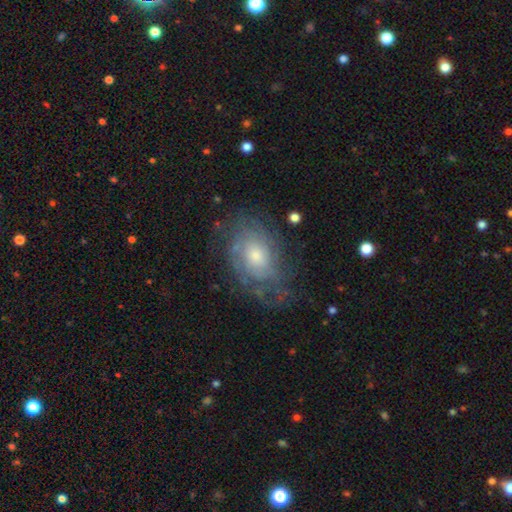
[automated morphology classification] This is likely a featured or disk galaxy (72%). It is clearly not viewed edge-on (96%). Bar: likely no (79%). Spiral arm pattern: clearly yes (82%). Spiral arm count: possibly can't tell (59%). Spiral winding: likely tight (60%). Central bulge: possibly moderate (49%). Merging: likely none (63%).